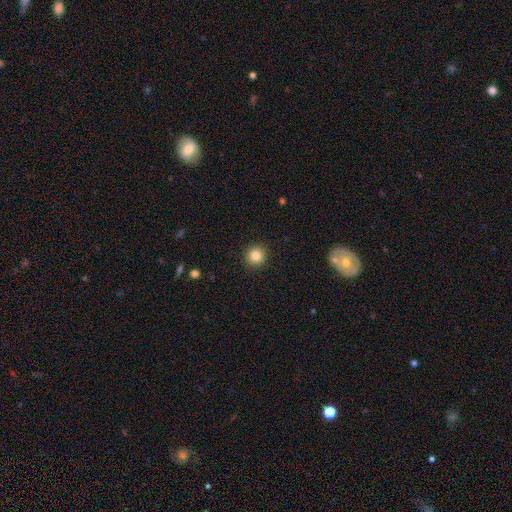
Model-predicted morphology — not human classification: A smooth galaxy with no disk features (84%) that is round (94%). Merging: none (92%).